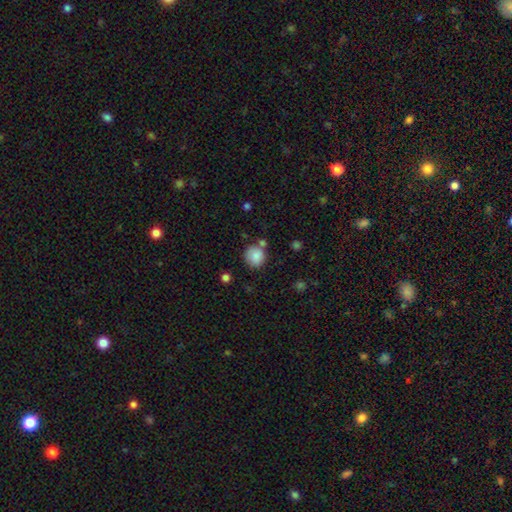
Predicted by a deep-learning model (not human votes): Smooth or featured? Predicted: smooth (p=0.85). How rounded? Predicted: round (p=0.86). Merging? Predicted: none (p=0.69).